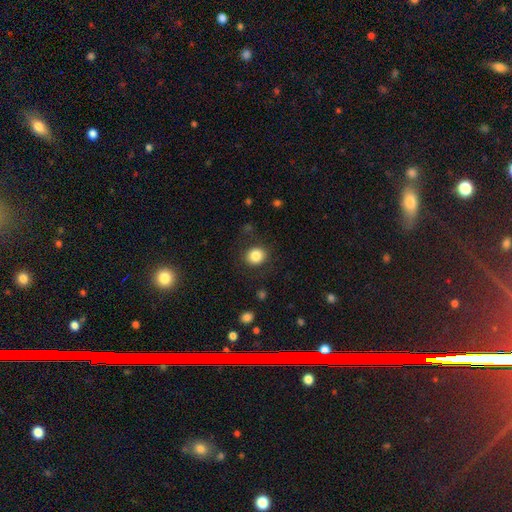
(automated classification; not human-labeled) This is clearly a smooth galaxy (84%). How rounded: likely round (75%). Merging: clearly none (85%).